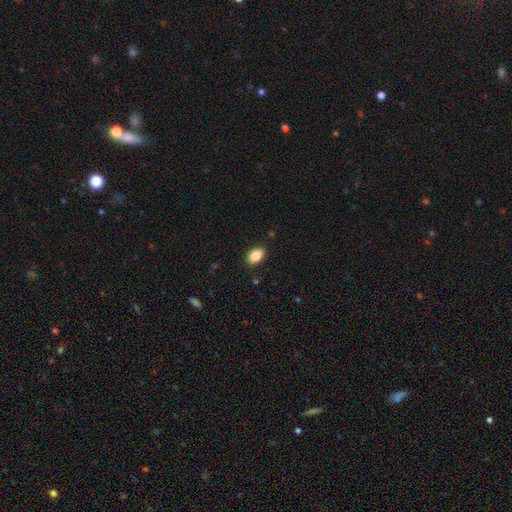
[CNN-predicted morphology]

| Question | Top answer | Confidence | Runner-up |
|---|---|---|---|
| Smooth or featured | smooth | 87% | star or artifact (8%) |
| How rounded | in between | 88% | round (11%) |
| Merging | none | 88% | minor disturbance (9%) |